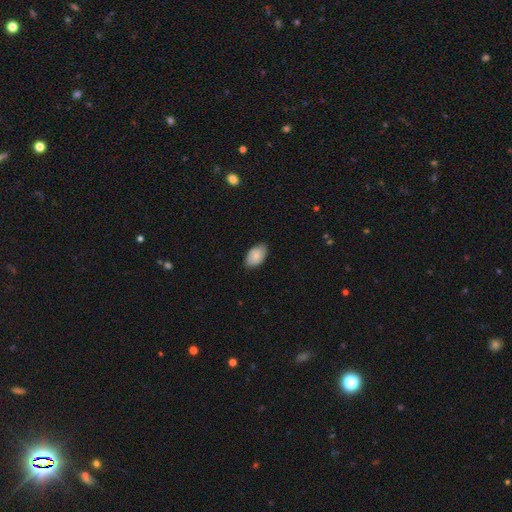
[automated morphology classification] Smooth or featured: smooth — 75% (featured or disk — 19%)
How rounded: in between — 92% (round — 7%)
Merging: none — 80% (minor disturbance — 16%)